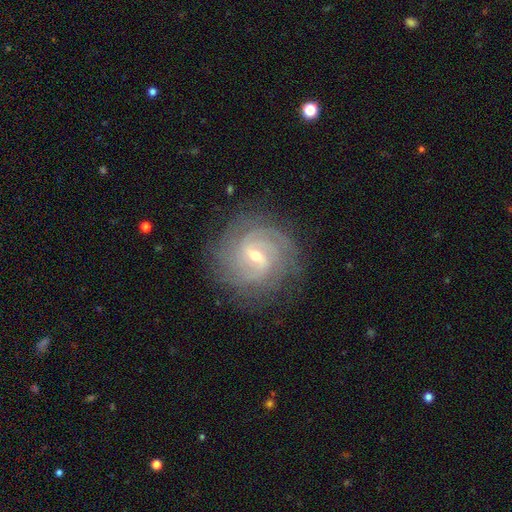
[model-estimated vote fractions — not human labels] Smooth or featured: featured or disk — 88% (smooth — 6%)
Edge-on disk: no — 97% (yes — 3%)
Bar: weak — 57% (strong — 28%)
Spiral arms: yes — 97% (no — 3%)
Spiral winding: tight — 65% (medium — 29%)
Spiral arm count: can't tell — 25% (3 — 23%)
Bulge size: small — 60% (moderate — 37%)
Merging: none — 81% (minor disturbance — 12%)